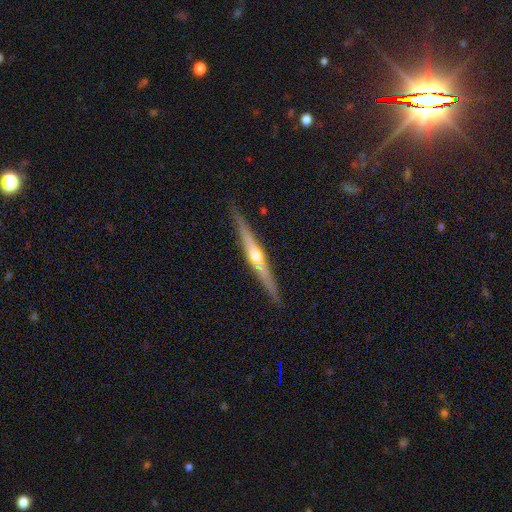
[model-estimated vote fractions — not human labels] Smooth or featured?
  - featured or disk: 79% *
  - smooth: 16%
  - star or artifact: 6%
Edge-on disk?
  - yes: 98% *
  - no: 2%
Edge-on bulge?
  - rounded: 89% *
  - none: 7%
  - boxy: 4%
Merging?
  - none: 90% *
  - minor disturbance: 7%
  - merger: 2%
  - major disturbance: 2%